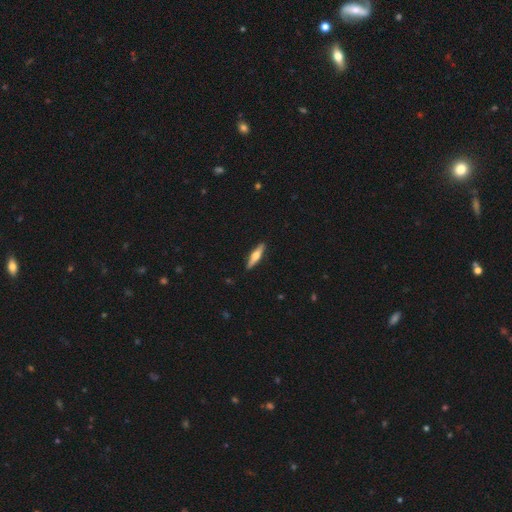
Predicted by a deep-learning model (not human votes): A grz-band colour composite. It shows a featured or disk galaxy (54%) viewed edge-on (95%) with a rounded central bulge (91%). Merging: none (90%).